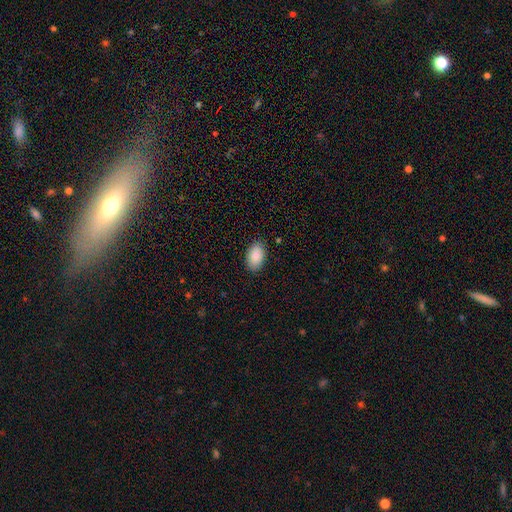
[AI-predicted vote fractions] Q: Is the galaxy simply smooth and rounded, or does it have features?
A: smooth — 89%.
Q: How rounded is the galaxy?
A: in between — 93%.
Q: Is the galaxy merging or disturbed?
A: none — 87%.